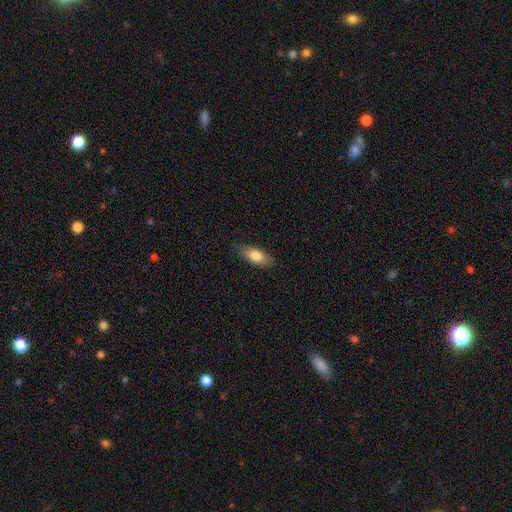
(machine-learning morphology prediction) smooth_or_featured: smooth (p=0.78) [alt: featured or disk p=0.15]
how_rounded: in between (p=0.78) [alt: cigar-shaped p=0.19]
merging: none (p=0.84) [alt: minor disturbance p=0.12]